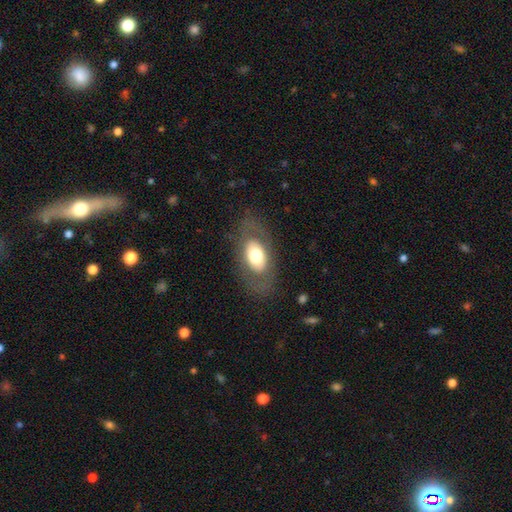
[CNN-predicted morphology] This is possibly a smooth galaxy (56%). How rounded: clearly in between (88%). Merging: likely none (78%).